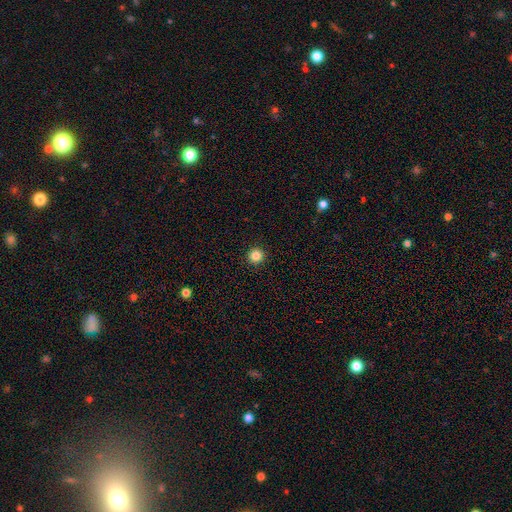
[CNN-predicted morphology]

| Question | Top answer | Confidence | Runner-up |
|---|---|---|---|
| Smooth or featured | smooth | 85% | star or artifact (11%) |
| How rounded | round | 96% | in between (3%) |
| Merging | none | 94% | minor disturbance (4%) |